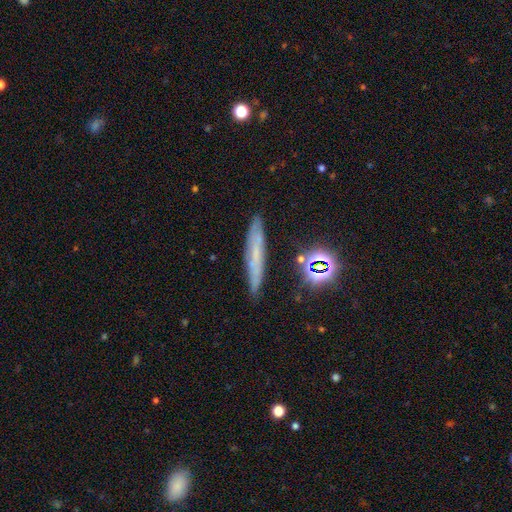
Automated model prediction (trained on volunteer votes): Smooth or featured? smooth (45%)
Merging? none (84%)